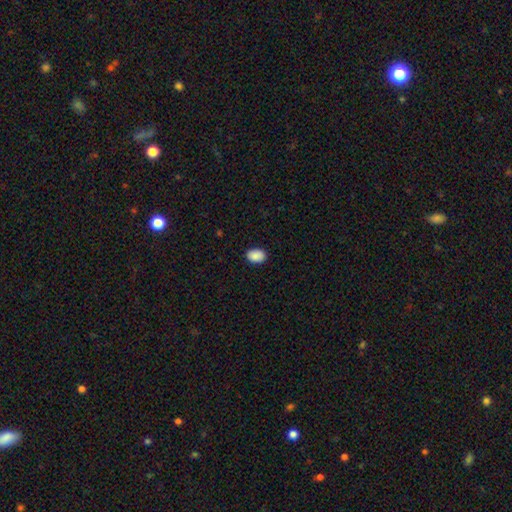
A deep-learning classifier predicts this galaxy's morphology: This appears to be a smooth galaxy with no disk features (90%) that is in between round and cigar-shaped (85%). Merging: none (89%).